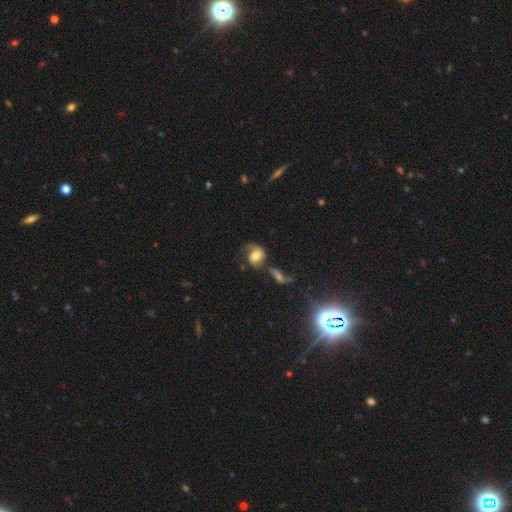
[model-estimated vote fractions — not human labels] This appears to be a featured or disk galaxy (54%) with no bar (61%), spiral arms (85%) and a moderate central bulge (45%). Merging: none (37%).